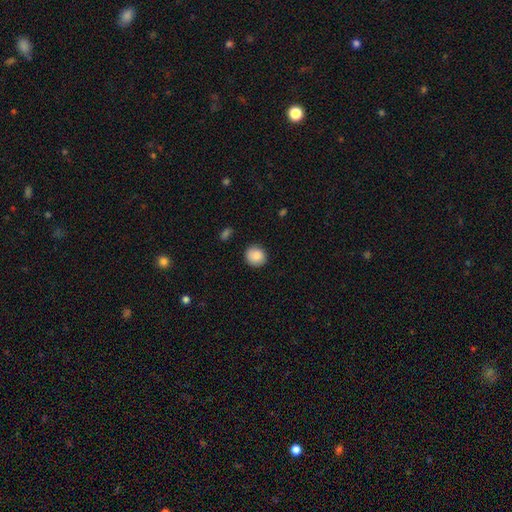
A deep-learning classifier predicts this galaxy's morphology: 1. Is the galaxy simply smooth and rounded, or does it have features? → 87% smooth, 8% star or artifact, 5% featured or disk.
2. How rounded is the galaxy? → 90% round, 9% in between, 1% cigar-shaped.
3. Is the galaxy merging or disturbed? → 87% none, 9% minor disturbance, 2% major disturbance, 1% merger.